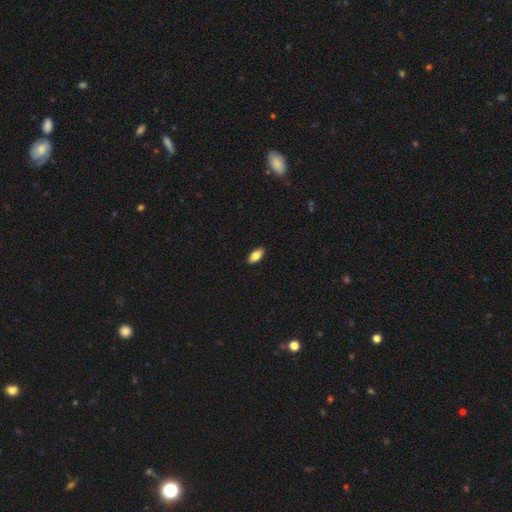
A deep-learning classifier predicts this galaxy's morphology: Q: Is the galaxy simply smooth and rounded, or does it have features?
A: smooth — 82%.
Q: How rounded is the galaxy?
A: in between — 90%.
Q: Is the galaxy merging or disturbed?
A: none — 90%.